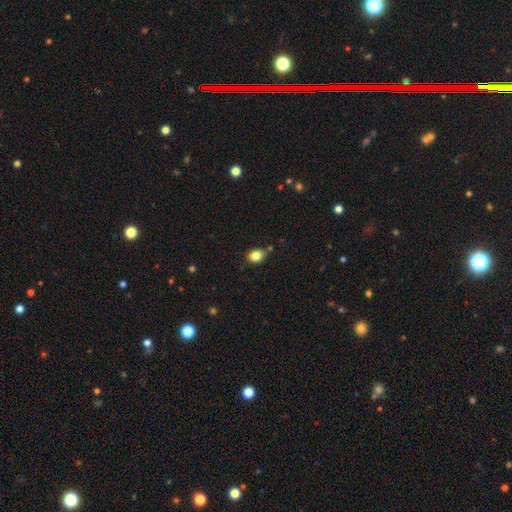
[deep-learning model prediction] smooth-or-featured: smooth: 83% | star or artifact: 10% | featured or disk: 7%
  how-rounded: in between: 57% | round: 42% | cigar-shaped: 1%
  merging: none: 72% | minor disturbance: 20% | merger: 5% | major disturbance: 4%